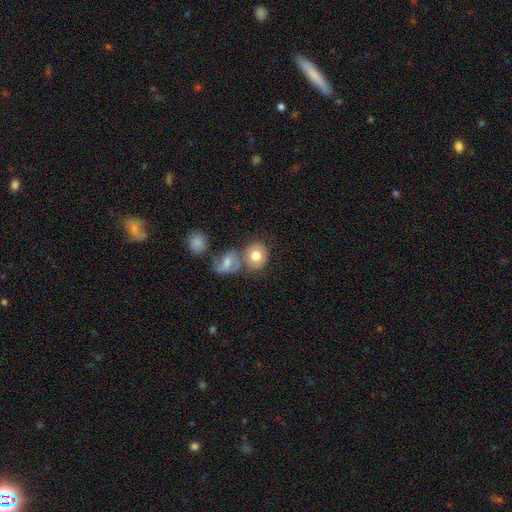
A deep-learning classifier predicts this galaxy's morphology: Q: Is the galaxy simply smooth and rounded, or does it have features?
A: smooth — 73%.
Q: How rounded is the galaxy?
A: round — 64%.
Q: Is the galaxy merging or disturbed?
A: none — 45%.